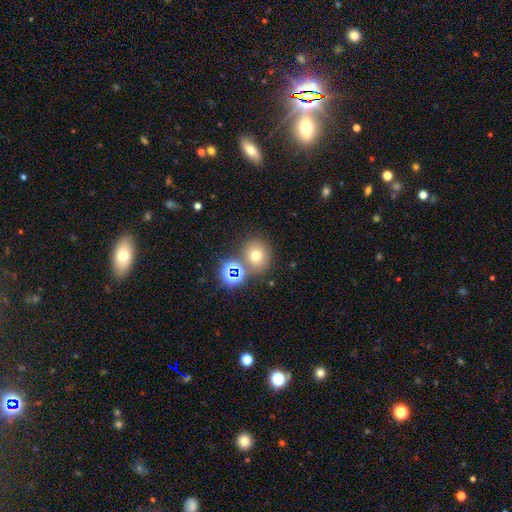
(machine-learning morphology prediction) smooth_or_featured: smooth (p=0.64) [alt: star or artifact p=0.24]
how_rounded: round (p=0.78) [alt: in between p=0.21]
merging: none (p=0.68) [alt: merger p=0.18]